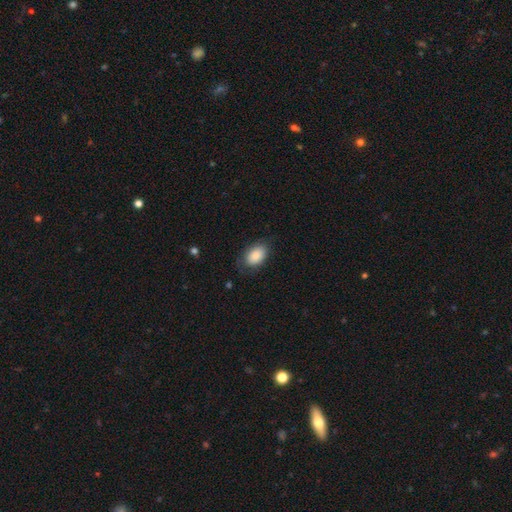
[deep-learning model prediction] Smooth or featured?
  - smooth: 86% *
  - featured or disk: 7%
  - star or artifact: 7%
How rounded?
  - in between: 89% *
  - round: 10%
  - cigar-shaped: 1%
Merging?
  - none: 75% *
  - minor disturbance: 18%
  - major disturbance: 5%
  - merger: 1%